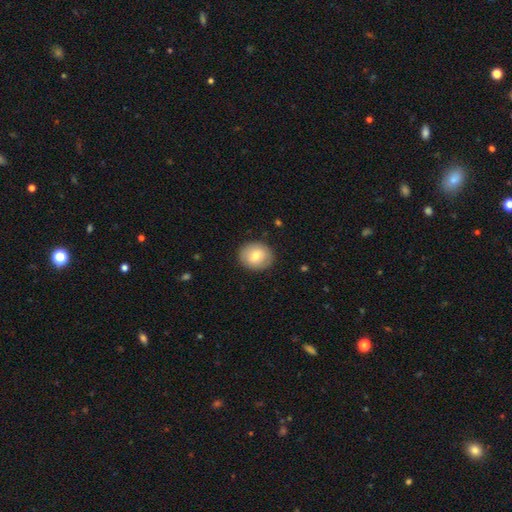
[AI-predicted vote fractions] Smooth or featured? smooth (76%)
How rounded? round (67%)
Merging? none (87%)